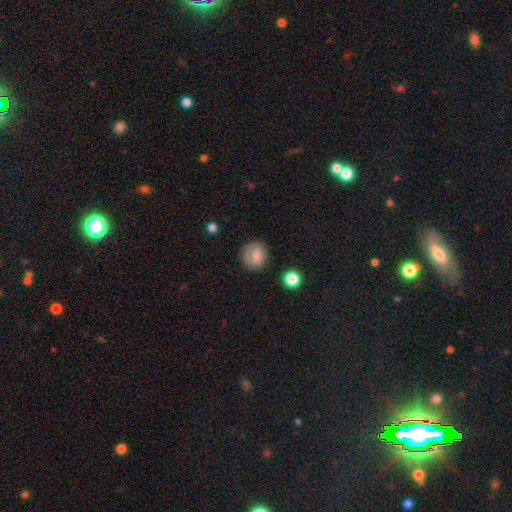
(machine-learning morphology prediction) Smooth or featured?
  - smooth: 81% *
  - featured or disk: 9%
  - star or artifact: 9%
How rounded?
  - round: 71% *
  - in between: 28%
  - cigar-shaped: 1%
Merging?
  - none: 73% *
  - minor disturbance: 17%
  - major disturbance: 7%
  - merger: 2%